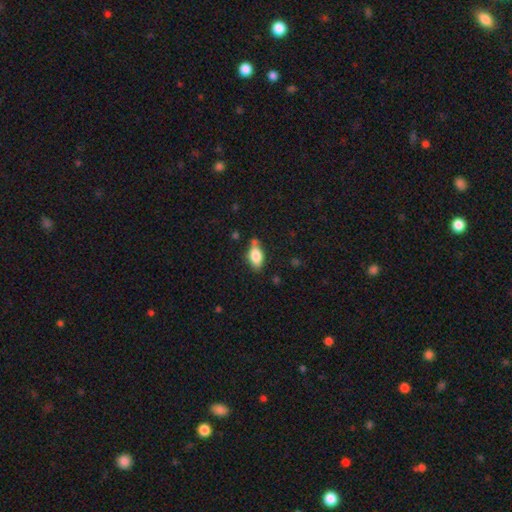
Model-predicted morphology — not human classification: Overall: smooth (77%). How rounded: in between (87%). Merging: none (66%).